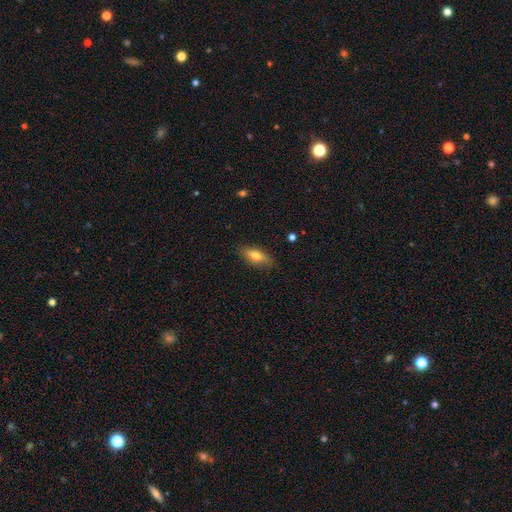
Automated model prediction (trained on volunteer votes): Overall: smooth (64%; featured or disk 28%). How rounded: in between (65%; cigar-shaped 31%). Merging: none (83%).